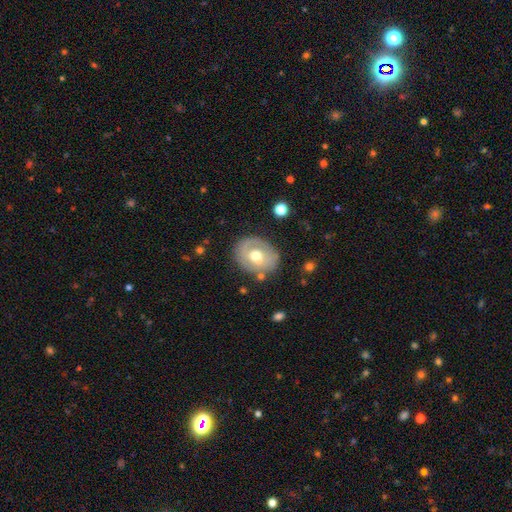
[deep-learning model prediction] The model was most divided on "smooth or featured": featured or disk: 51%, smooth: 42%, star or artifact: 7%. More confident: edge-on disk — no (94%); merging — none (74%).